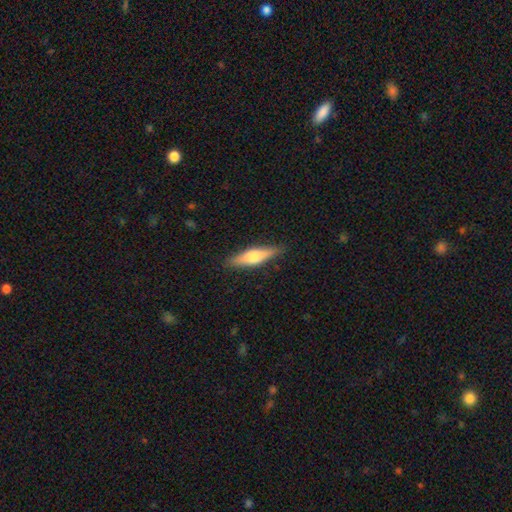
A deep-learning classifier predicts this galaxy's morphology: smooth-or-featured: smooth: 56% | featured or disk: 39% | star or artifact: 6%
  how-rounded: cigar-shaped: 68% | in between: 30% | round: 2%
  merging: none: 87% | minor disturbance: 10% | major disturbance: 2% | merger: 1%